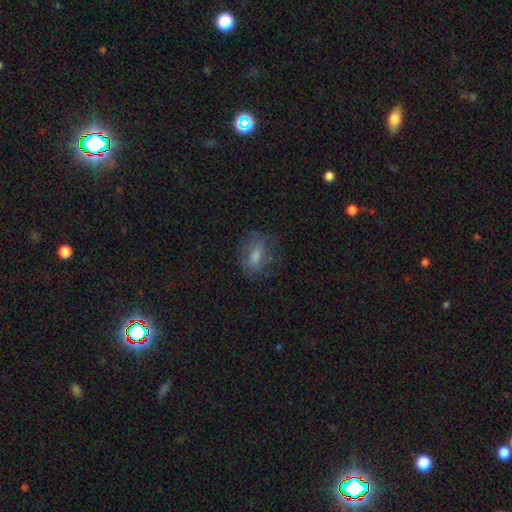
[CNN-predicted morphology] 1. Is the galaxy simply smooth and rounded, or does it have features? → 52% smooth, 32% featured or disk, 16% star or artifact.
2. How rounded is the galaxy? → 64% in between, 27% round, 9% cigar-shaped.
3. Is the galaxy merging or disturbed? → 68% none, 19% minor disturbance, 12% major disturbance, 1% merger.